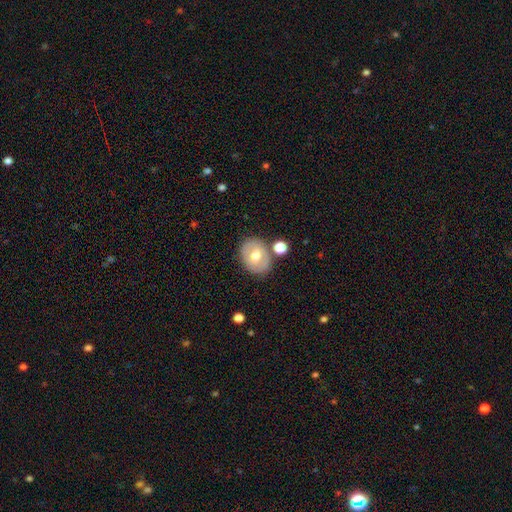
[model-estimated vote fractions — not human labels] Smooth or featured: smooth — 50% (featured or disk — 42%)
How rounded: in between — 59% (round — 40%)
Merging: none — 75% (minor disturbance — 13%)